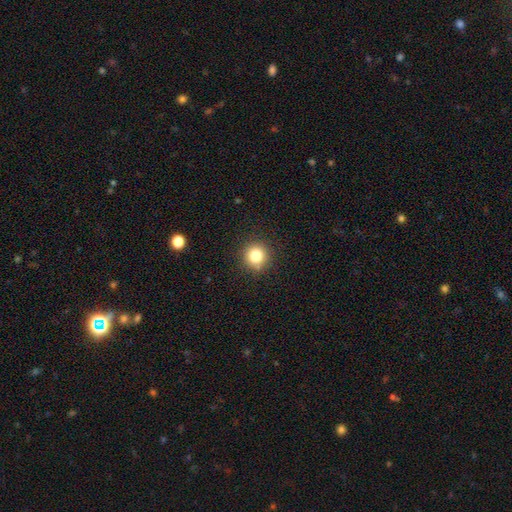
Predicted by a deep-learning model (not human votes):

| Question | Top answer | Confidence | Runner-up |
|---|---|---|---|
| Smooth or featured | smooth | 82% | star or artifact (12%) |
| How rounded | round | 93% | in between (6%) |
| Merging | none | 89% | minor disturbance (7%) |